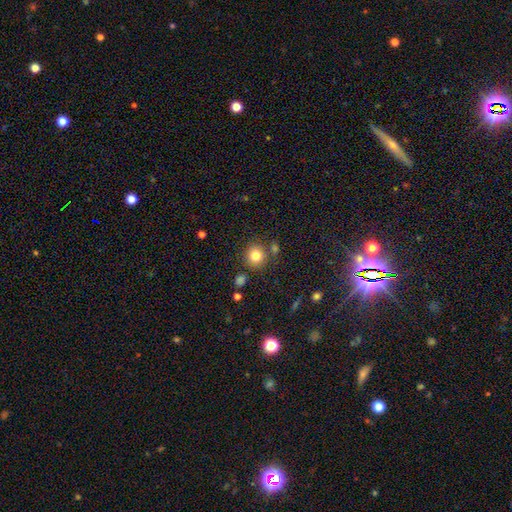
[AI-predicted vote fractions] Morphology: type=smooth (81%); roundness=round (89%); merging=none (80%).